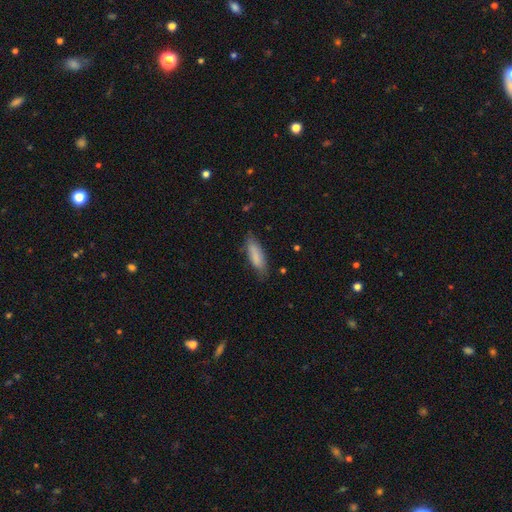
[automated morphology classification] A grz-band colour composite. It shows a smooth galaxy with no disk features (83%) that is in between round and cigar-shaped (54%). Merging: none (75%).